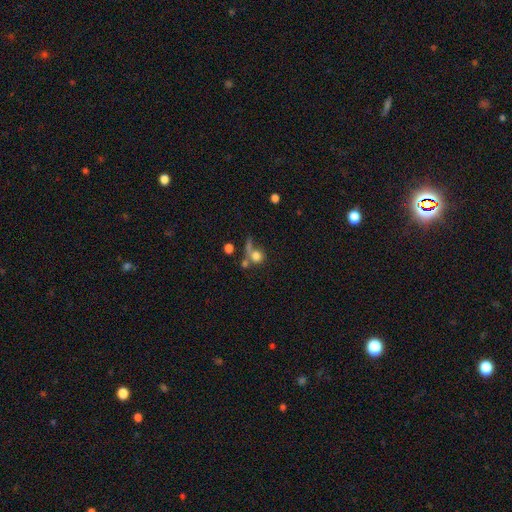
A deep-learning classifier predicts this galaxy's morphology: Smooth or featured? smooth (69%)
How rounded? round (80%)
Merging? none (33%)